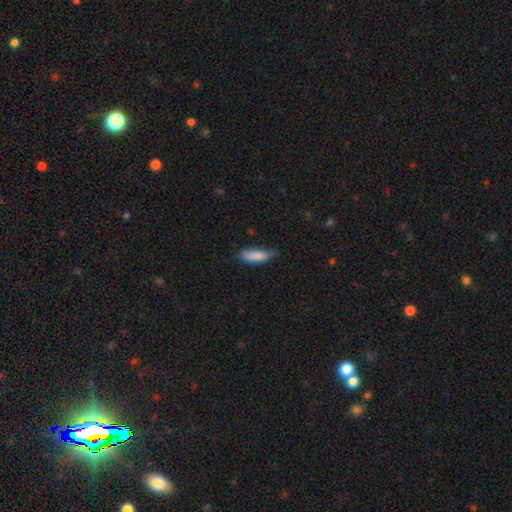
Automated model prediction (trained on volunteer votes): smooth_or_featured: smooth (p=0.86) [alt: featured or disk p=0.07]
how_rounded: in between (p=0.56) [alt: cigar-shaped p=0.42]
merging: none (p=0.61) [alt: minor disturbance p=0.32]